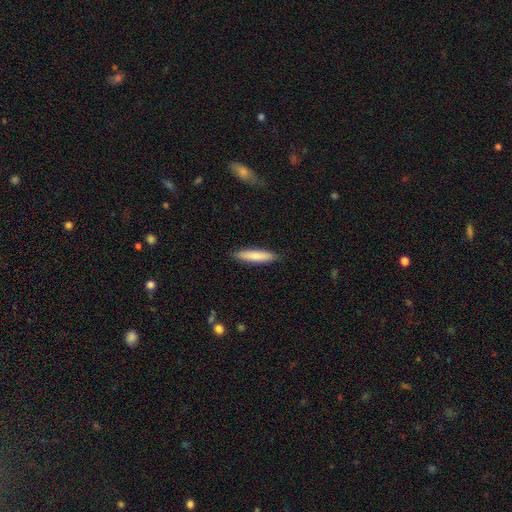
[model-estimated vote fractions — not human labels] The model was most divided on "how rounded": cigar-shaped: 81%, in between: 18%, round: 1%. More confident: merging — none (89%); smooth or featured — smooth (82%).